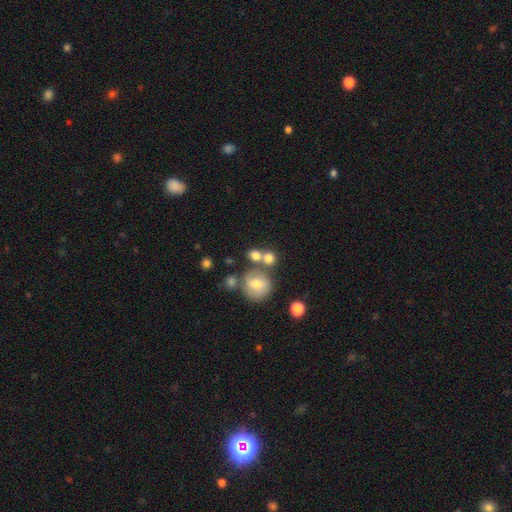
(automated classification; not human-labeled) Smooth or featured?
  - smooth: 73% *
  - featured or disk: 14%
  - star or artifact: 12%
How rounded?
  - round: 78% *
  - in between: 21%
  - cigar-shaped: 1%
Merging?
  - none: 48% *
  - merger: 37%
  - minor disturbance: 10%
  - major disturbance: 5%